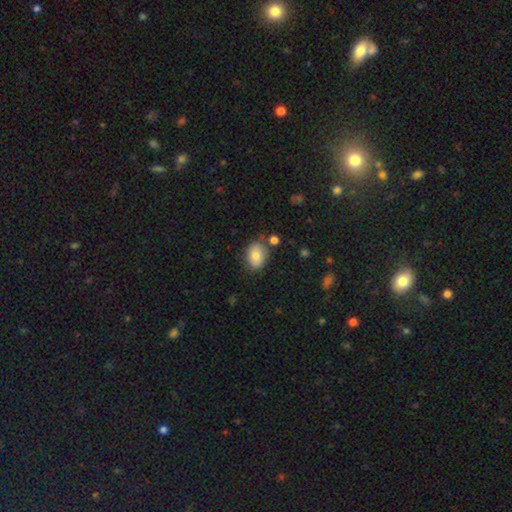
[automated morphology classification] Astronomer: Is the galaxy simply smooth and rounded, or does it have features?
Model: smooth — 79%.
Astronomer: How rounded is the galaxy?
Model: in between — 77%.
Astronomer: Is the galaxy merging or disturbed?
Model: none — 69%.